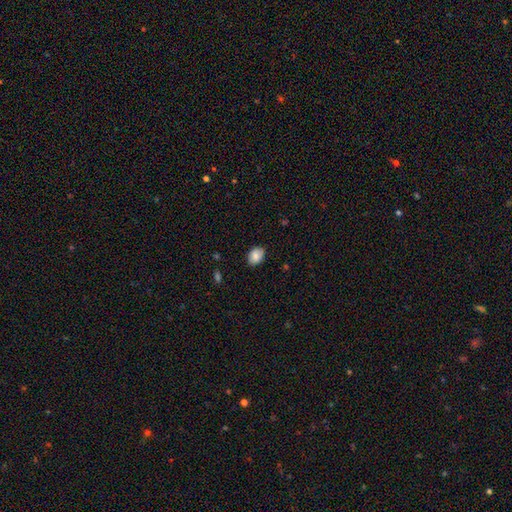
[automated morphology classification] A smooth galaxy with no disk features (83%) that is in between round and cigar-shaped (66%). Merging: none (82%).